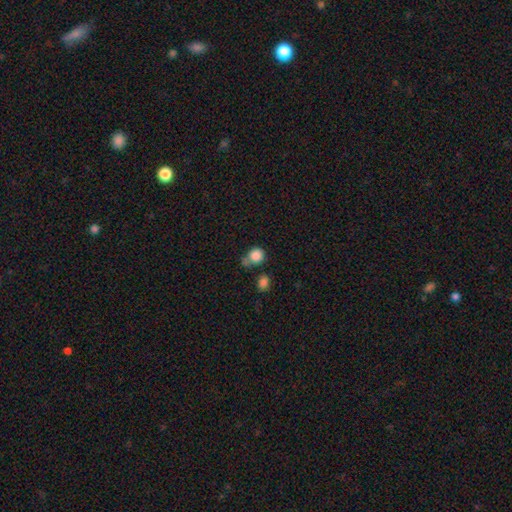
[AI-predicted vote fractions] The model was most divided on "merging": none: 53%, merger: 22%, minor disturbance: 18%, major disturbance: 7%. More confident: smooth or featured — smooth (86%); how rounded — round (82%).